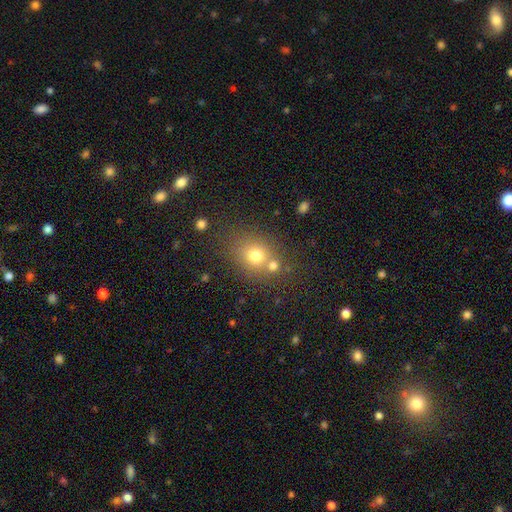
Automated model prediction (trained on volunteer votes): Smooth or featured? smooth (72%)
How rounded? round (70%)
Merging? none (61%)